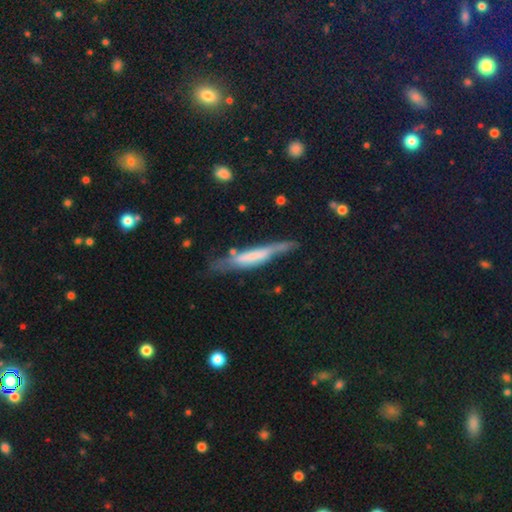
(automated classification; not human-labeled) Overall: featured or disk (48%; smooth 45%). Merging: none (53%; minor disturbance 28%).